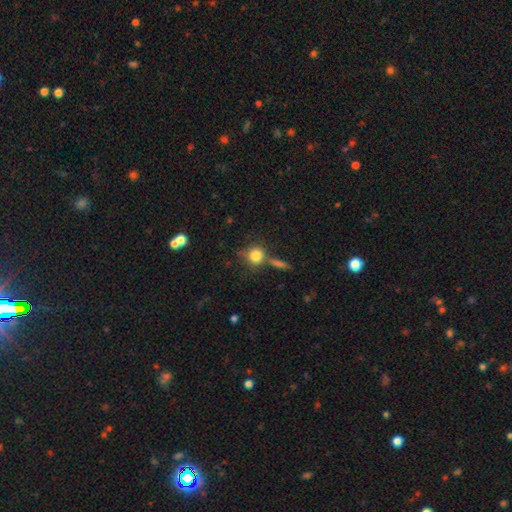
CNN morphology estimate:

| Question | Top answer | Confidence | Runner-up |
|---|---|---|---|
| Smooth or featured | smooth | 81% | star or artifact (10%) |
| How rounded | round | 86% | in between (12%) |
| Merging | none | 65% | merger (16%) |